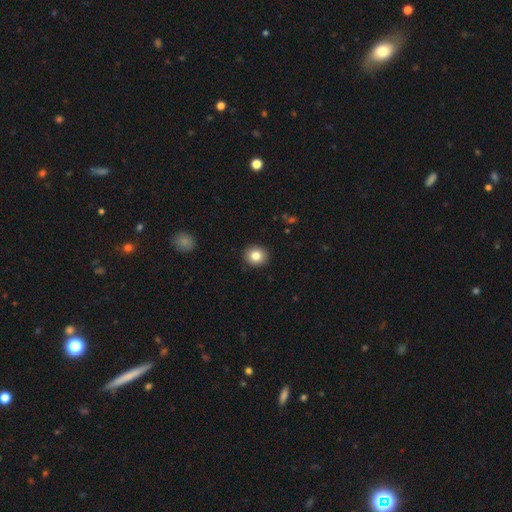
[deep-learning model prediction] smooth_or_featured: smooth (p=0.83) [alt: star or artifact p=0.09]
how_rounded: round (p=0.84) [alt: in between p=0.15]
merging: none (p=0.92) [alt: minor disturbance p=0.06]